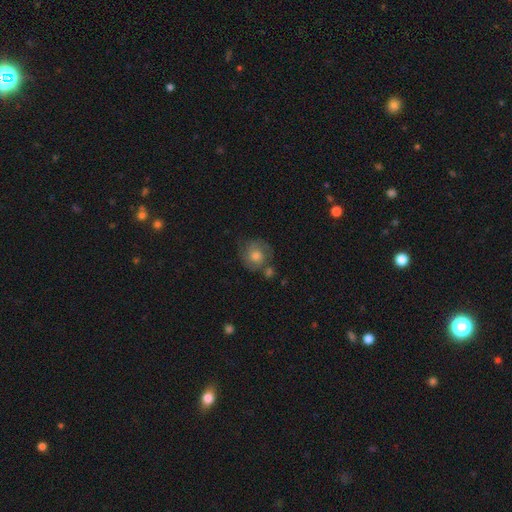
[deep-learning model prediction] The model was most divided on "smooth or featured": smooth: 48%, featured or disk: 42%, star or artifact: 10%. More confident: merging — none (62%).